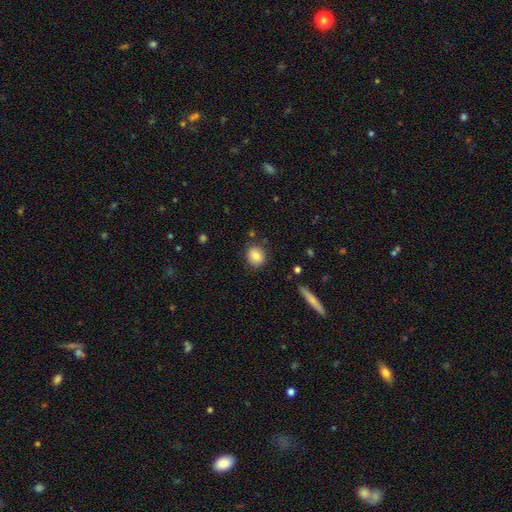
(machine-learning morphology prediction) smooth-or-featured: smooth: 82% | featured or disk: 9% | star or artifact: 9%
  how-rounded: round: 74% | in between: 25% | cigar-shaped: 1%
  merging: none: 84% | minor disturbance: 11% | major disturbance: 3% | merger: 2%